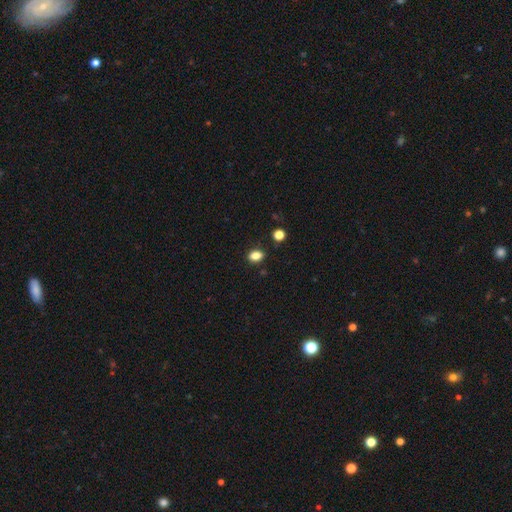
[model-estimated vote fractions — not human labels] Smooth or featured?
  - smooth: 84% *
  - star or artifact: 11%
  - featured or disk: 5%
How rounded?
  - in between: 75% *
  - round: 23%
  - cigar-shaped: 2%
Merging?
  - none: 84% *
  - minor disturbance: 10%
  - merger: 3%
  - major disturbance: 2%